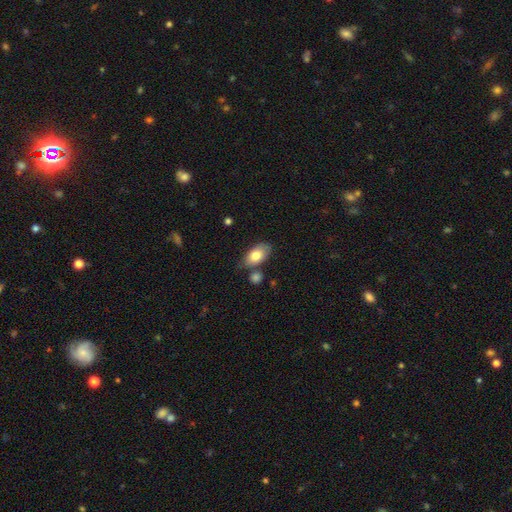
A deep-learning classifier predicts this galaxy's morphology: A smooth galaxy with no disk features (78%) that is in between round and cigar-shaped (92%). Merging: none (64%).